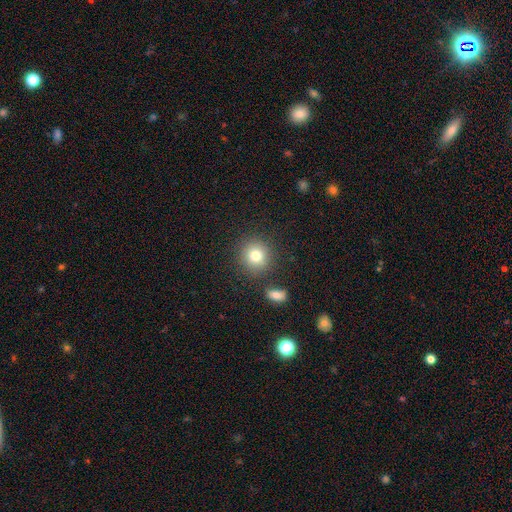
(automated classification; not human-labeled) Smooth or featured? smooth (79%)
How rounded? round (90%)
Merging? none (83%)